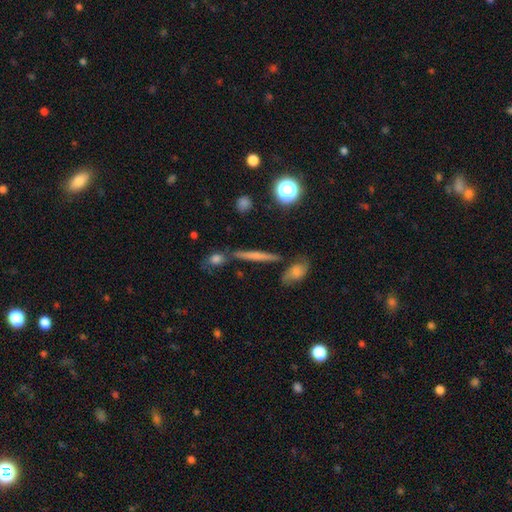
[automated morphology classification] Q: Smooth or featured?
A: smooth (48%); runner-up: featured or disk (39%)
Q: Merging?
A: none (76%); runner-up: minor disturbance (11%)